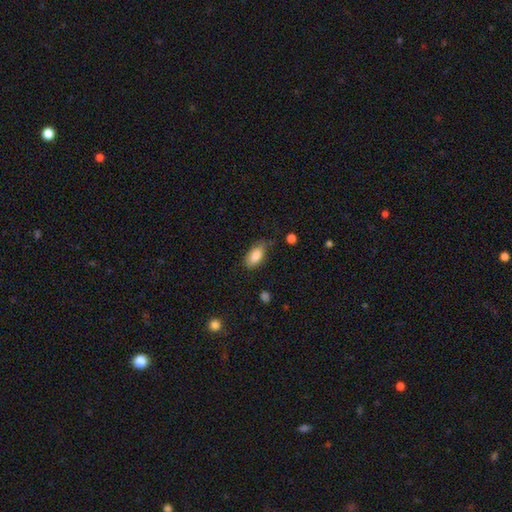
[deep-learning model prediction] Overall: smooth (86%). How rounded: in between (91%). Merging: none (67%).